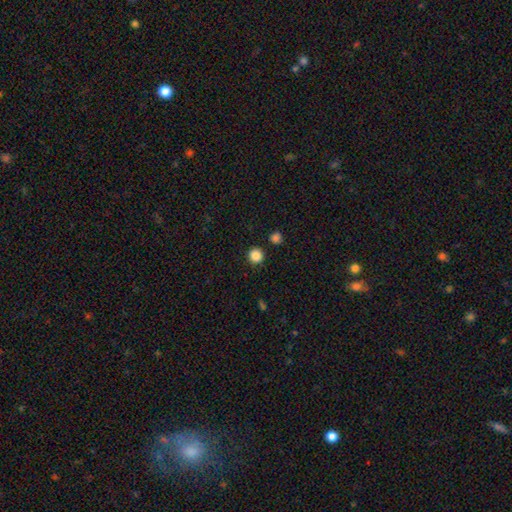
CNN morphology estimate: Smooth or featured? smooth (87%)
How rounded? round (94%)
Merging? none (90%)